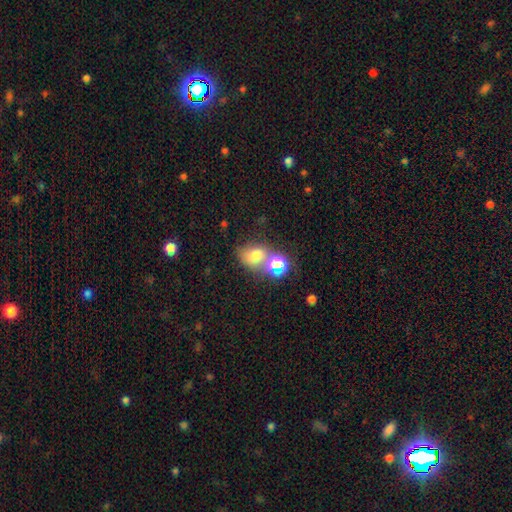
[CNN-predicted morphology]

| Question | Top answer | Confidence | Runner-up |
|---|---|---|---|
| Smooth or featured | smooth | 67% | star or artifact (20%) |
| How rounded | in between | 55% | round (43%) |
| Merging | none | 43% | merger (33%) |